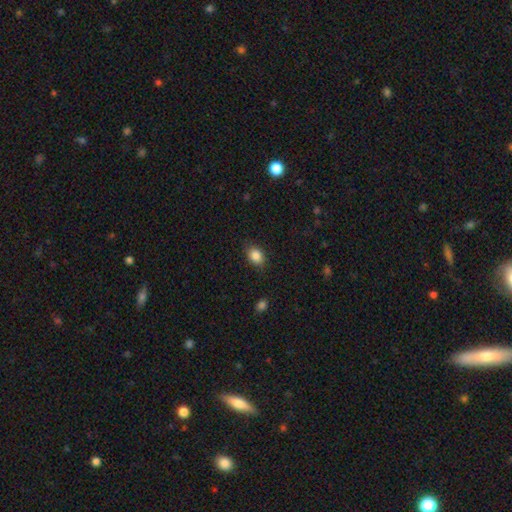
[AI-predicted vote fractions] A smooth galaxy with no disk features (87%) that is in between round and cigar-shaped (70%). Merging: none (83%).